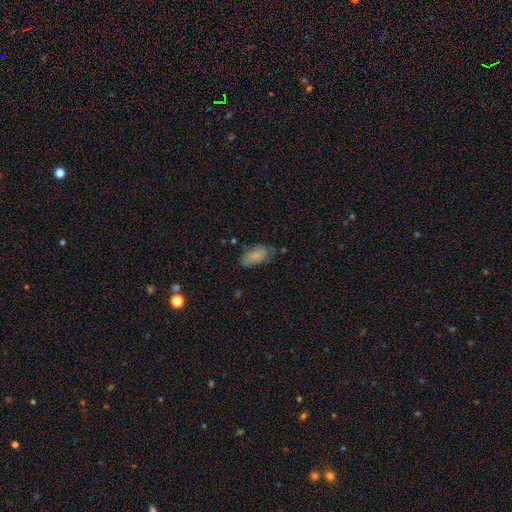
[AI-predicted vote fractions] smooth 80%, featured or disk 12%, star or artifact 8%. Down the decision tree: how rounded — in between (91%); merging — none (64%).